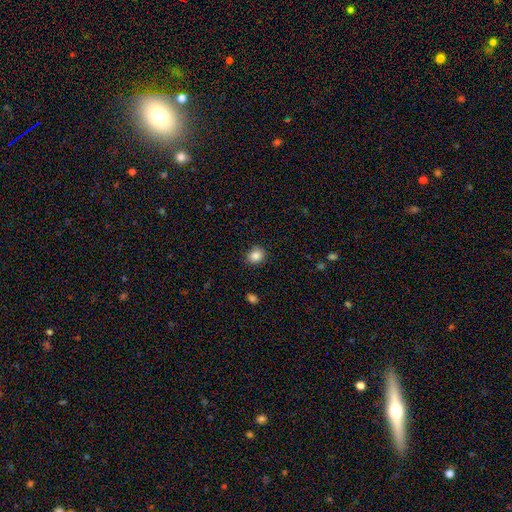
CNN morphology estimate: This appears to be a smooth galaxy with no disk features (87%) that is round (61%). Merging: none (89%).